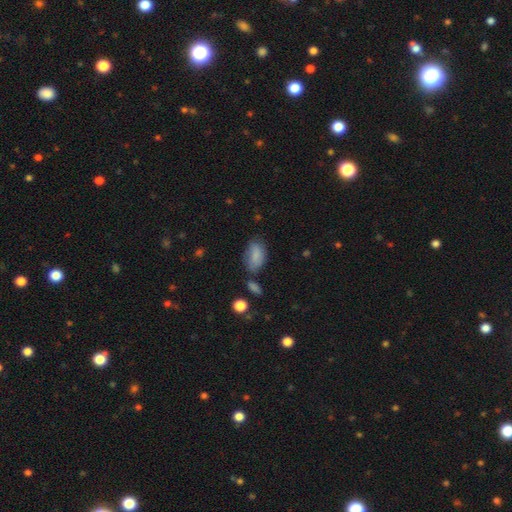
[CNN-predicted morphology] Smooth or featured? Predicted: smooth (p=0.82). How rounded? Predicted: in between (p=0.91). Merging? Predicted: none (p=0.58).